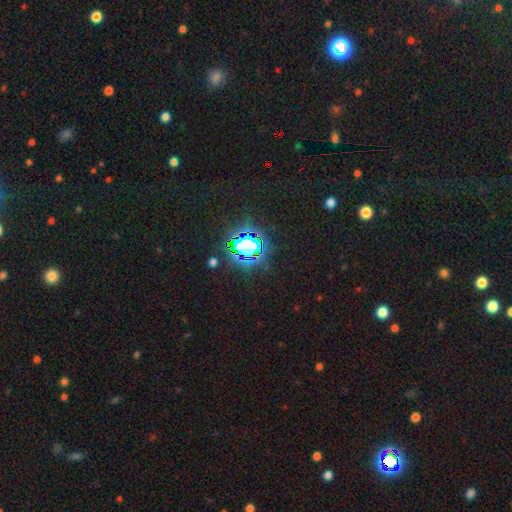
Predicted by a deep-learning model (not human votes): Morphology: type=star or artifact (83%).